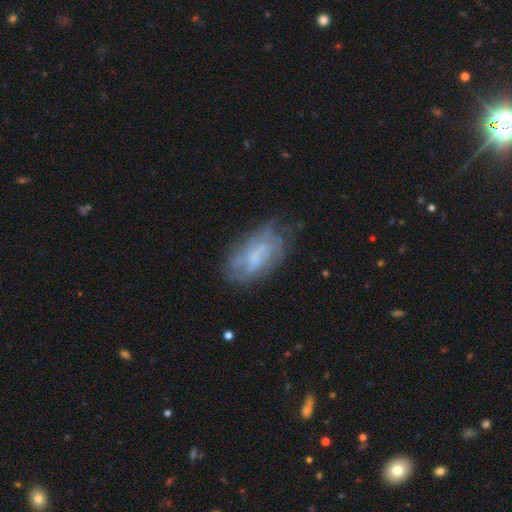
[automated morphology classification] A featured or disk galaxy (53%). Merging: none (63%).